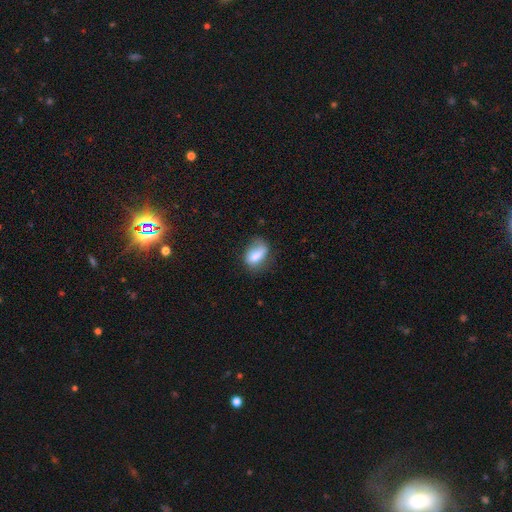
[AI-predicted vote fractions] smooth 75%, featured or disk 17%, star or artifact 8%. Down the decision tree: how rounded — in between (82%); merging — none (51%).